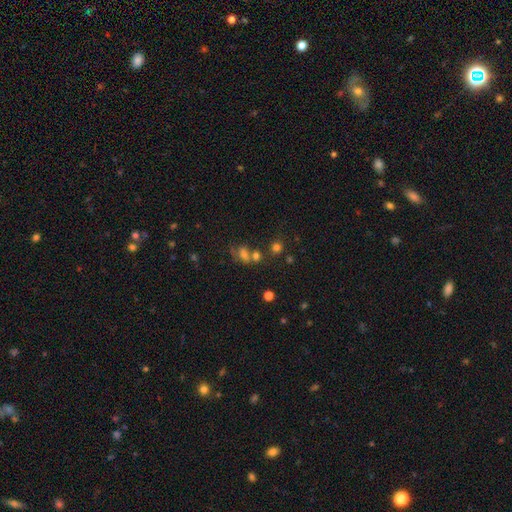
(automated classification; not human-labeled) smooth 47%, star or artifact 39%, featured or disk 15%. Down the decision tree: merging — none (47%).